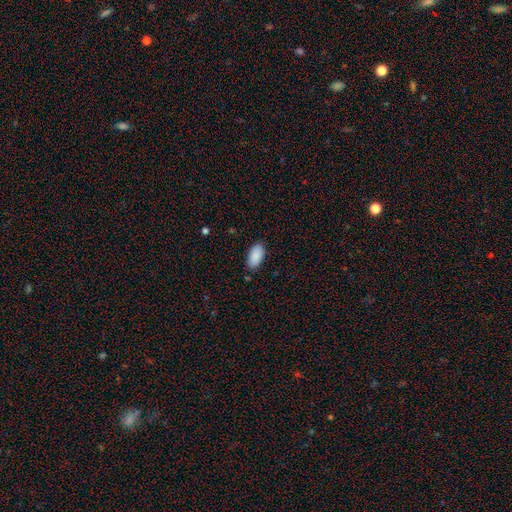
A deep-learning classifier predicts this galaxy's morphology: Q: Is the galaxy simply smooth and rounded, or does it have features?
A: smooth — 90%.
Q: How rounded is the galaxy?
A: in between — 95%.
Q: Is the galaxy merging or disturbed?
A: none — 85%.